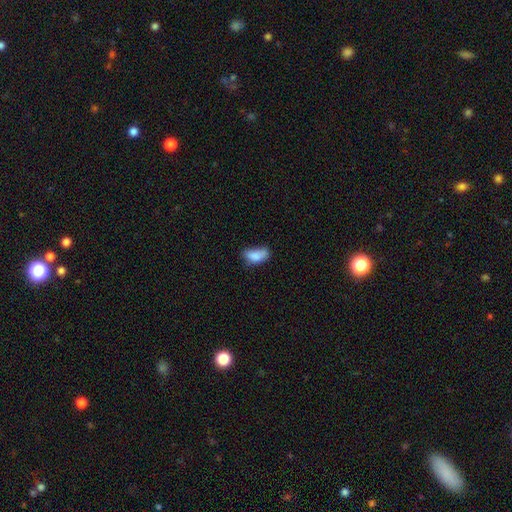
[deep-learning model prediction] Overall: smooth (81%). How rounded: in between (89%). Merging: none (41%; minor disturbance 36%).